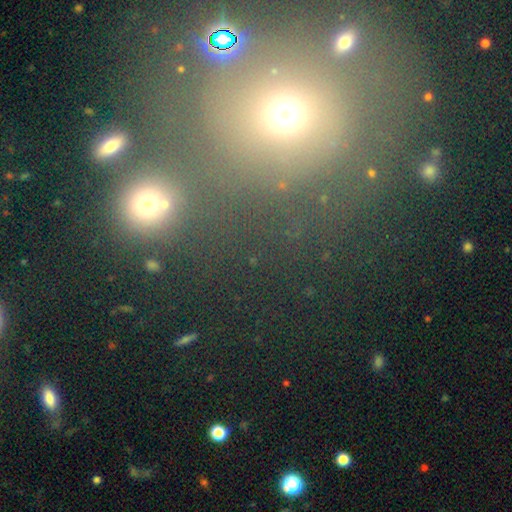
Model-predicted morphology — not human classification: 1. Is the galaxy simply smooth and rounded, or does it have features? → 51% smooth, 38% star or artifact, 11% featured or disk.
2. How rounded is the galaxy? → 87% round, 11% in between, 2% cigar-shaped.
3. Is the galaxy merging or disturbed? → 73% none, 12% merger, 9% minor disturbance, 6% major disturbance.